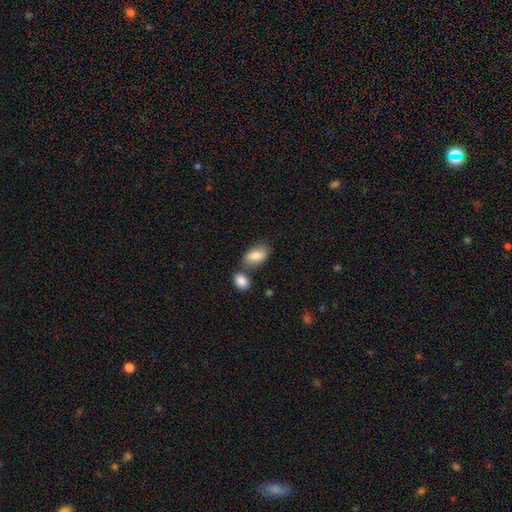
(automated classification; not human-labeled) smooth-or-featured: smooth: 83% | featured or disk: 11% | star or artifact: 6%
  how-rounded: in between: 92% | round: 5% | cigar-shaped: 2%
  merging: none: 60% | merger: 21% | minor disturbance: 15% | major disturbance: 4%